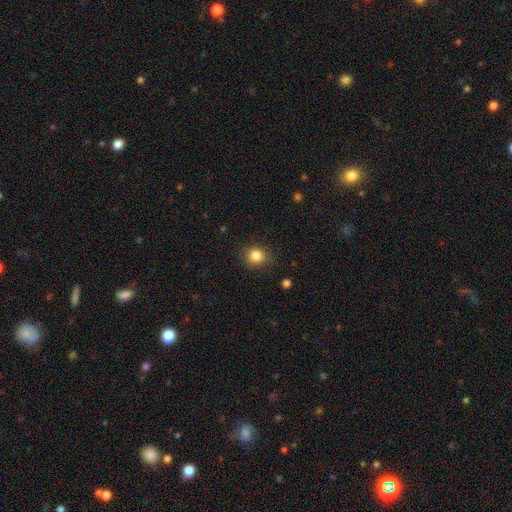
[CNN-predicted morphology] A smooth galaxy with no disk features (84%) that is round (85%). Merging: none (87%).